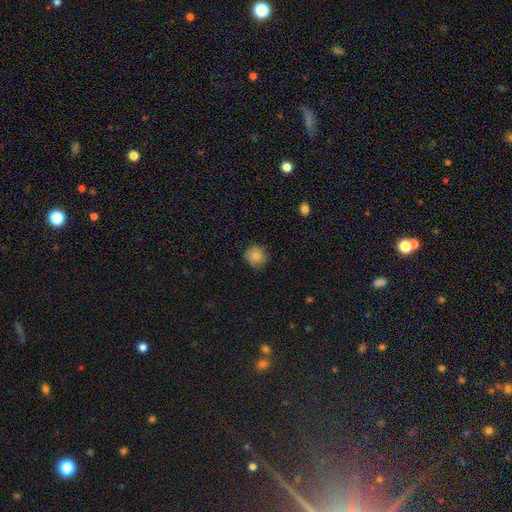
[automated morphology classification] A smooth galaxy with no disk features (83%) that is round (89%). Merging: none (80%).